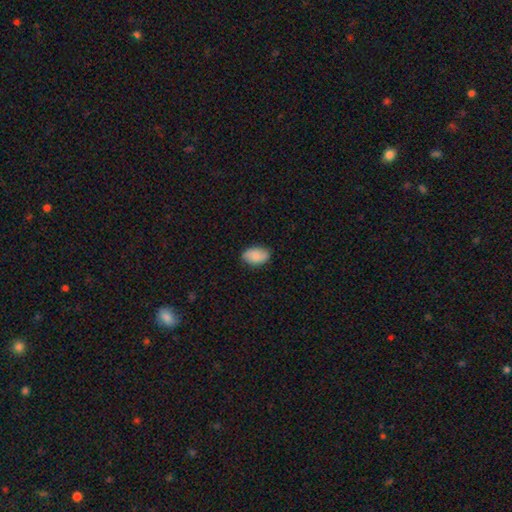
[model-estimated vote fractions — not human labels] Smooth or featured?
  - smooth: 77% *
  - featured or disk: 16%
  - star or artifact: 7%
How rounded?
  - in between: 90% *
  - round: 8%
  - cigar-shaped: 1%
Merging?
  - none: 83% *
  - minor disturbance: 13%
  - major disturbance: 2%
  - merger: 1%